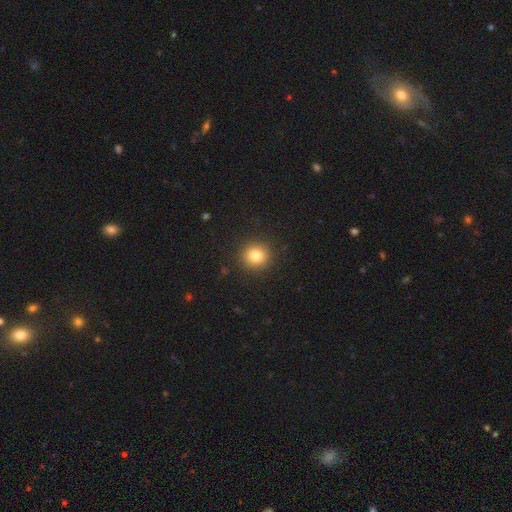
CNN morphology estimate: smooth 81%, star or artifact 12%, featured or disk 7%. Down the decision tree: how rounded — round (91%); merging — none (91%).